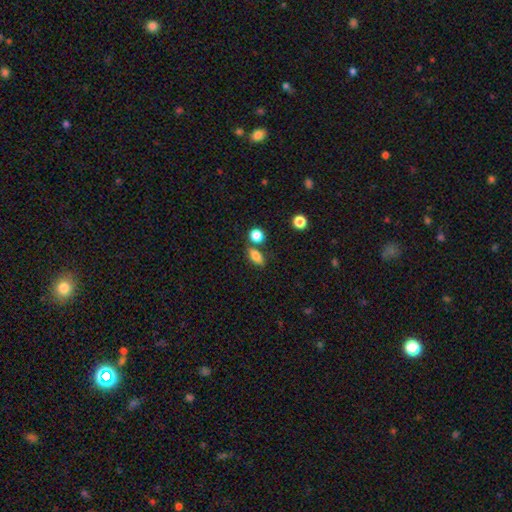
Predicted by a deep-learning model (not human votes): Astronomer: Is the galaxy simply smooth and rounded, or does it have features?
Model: smooth — 80%.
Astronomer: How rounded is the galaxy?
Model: in between — 75%.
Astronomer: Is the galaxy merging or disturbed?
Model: none — 70%.